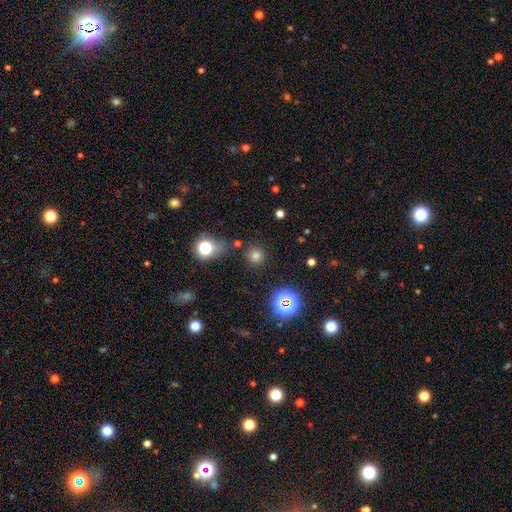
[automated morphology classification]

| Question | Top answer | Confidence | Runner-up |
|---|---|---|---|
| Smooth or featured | smooth | 69% | star or artifact (24%) |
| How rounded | round | 94% | in between (5%) |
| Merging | none | 84% | minor disturbance (8%) |